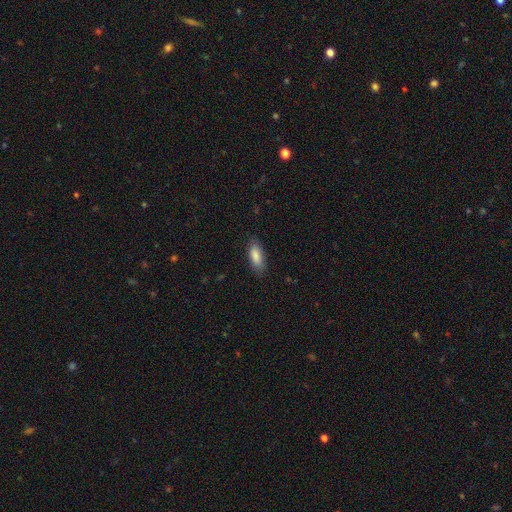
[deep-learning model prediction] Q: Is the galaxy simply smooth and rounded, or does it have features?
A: smooth — 87%.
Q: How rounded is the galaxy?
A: in between — 77%.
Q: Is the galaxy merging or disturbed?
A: none — 84%.